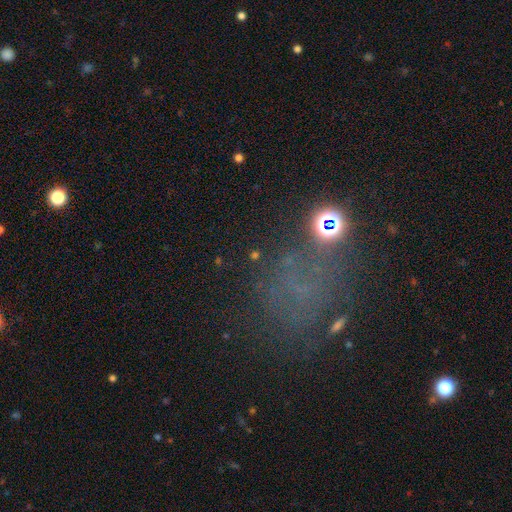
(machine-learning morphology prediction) This appears to be a star or artifact, not a galaxy (56%).